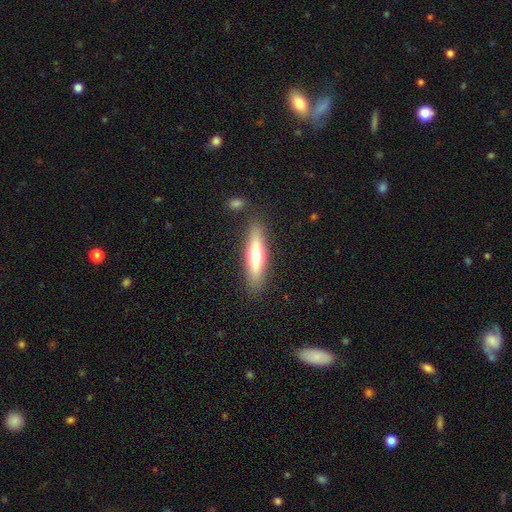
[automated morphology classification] A smooth galaxy with no disk features (50%) that is cigar-shaped (74%). Merging: none (86%).